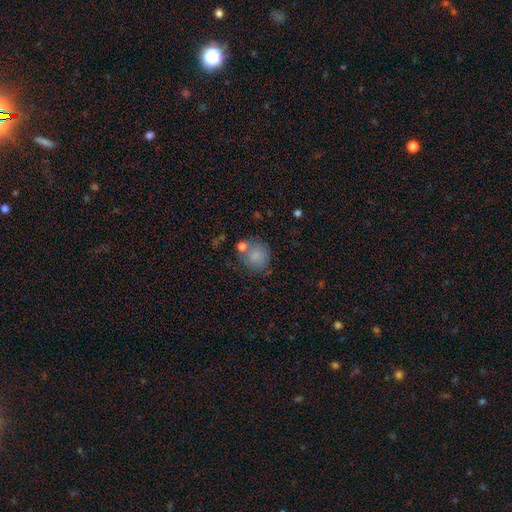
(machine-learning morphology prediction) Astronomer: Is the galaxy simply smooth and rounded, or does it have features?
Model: smooth — 79%.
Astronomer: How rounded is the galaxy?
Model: round — 82%.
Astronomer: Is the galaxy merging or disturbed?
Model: none — 56%.